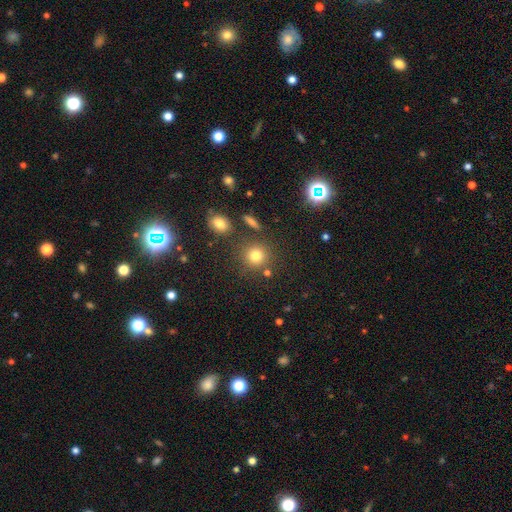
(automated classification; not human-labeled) This appears to be a smooth galaxy with no disk features (78%) that is round (90%). Merging: none (80%).